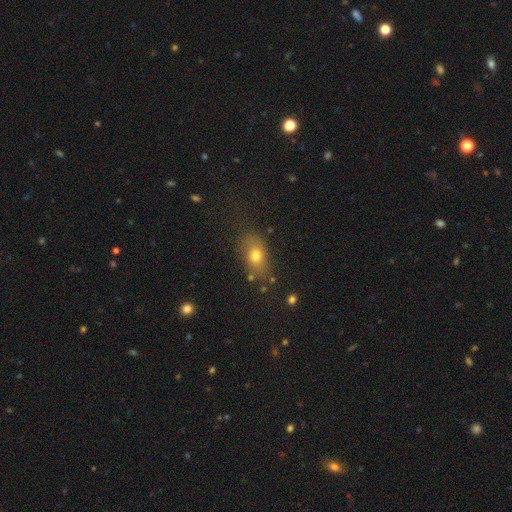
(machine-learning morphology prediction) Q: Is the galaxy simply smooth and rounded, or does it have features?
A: smooth — 72%.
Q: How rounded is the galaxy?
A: in between — 75%.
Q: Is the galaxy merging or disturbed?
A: none — 73%.